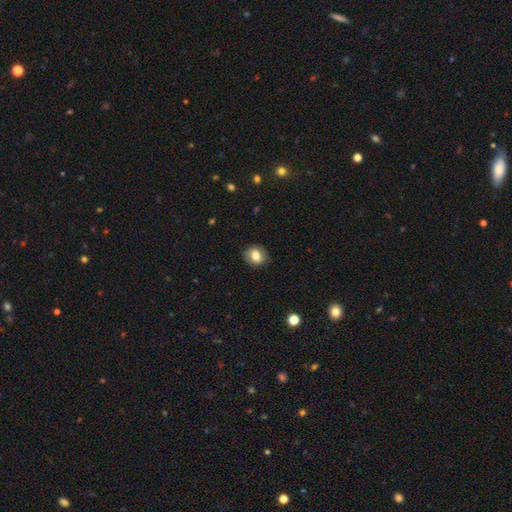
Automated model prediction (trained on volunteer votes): The model was most divided on "how rounded": round: 65%, in between: 34%, cigar-shaped: 1%. More confident: merging — none (83%); smooth or featured — smooth (73%).